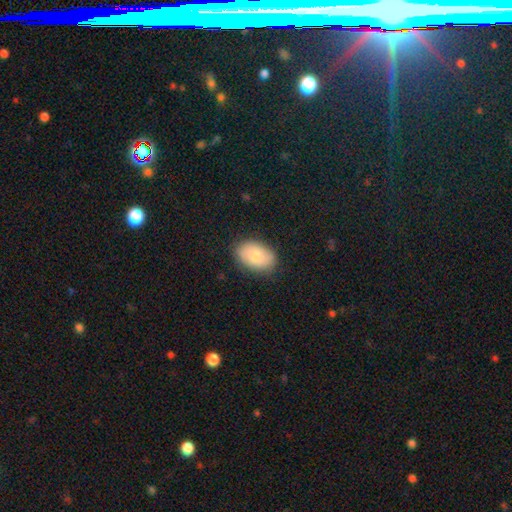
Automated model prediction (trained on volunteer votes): A smooth galaxy with no disk features (78%) that is in between round and cigar-shaped (89%). Merging: none (84%).